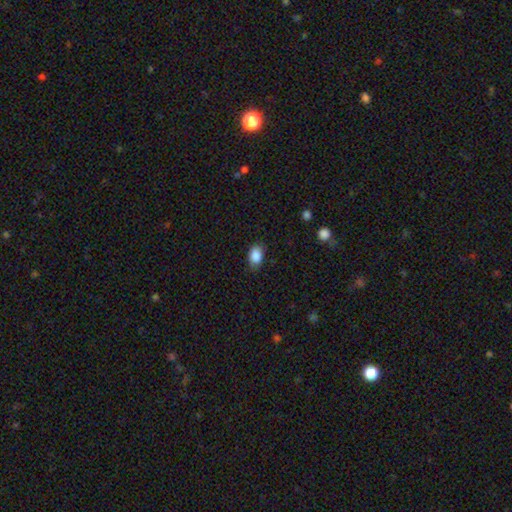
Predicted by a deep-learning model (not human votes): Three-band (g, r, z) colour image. It shows a smooth galaxy with no disk features (88%) that is in between round and cigar-shaped (83%). Merging: none (80%).